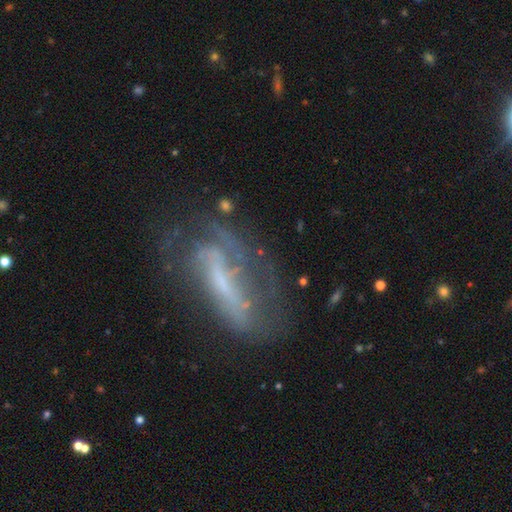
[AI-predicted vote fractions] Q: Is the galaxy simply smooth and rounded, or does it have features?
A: featured or disk — 70%.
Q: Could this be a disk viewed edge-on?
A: no — 84%.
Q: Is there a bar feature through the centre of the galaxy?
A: strong — 37%.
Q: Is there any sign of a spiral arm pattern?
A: yes — 66%.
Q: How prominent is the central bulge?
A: none — 41%.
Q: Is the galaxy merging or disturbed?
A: none — 47%.